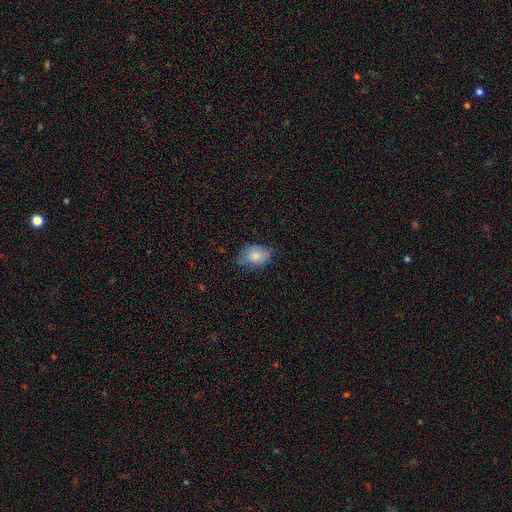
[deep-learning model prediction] Morphology: type=smooth (80%); roundness=in between (85%); merging=none (60%).